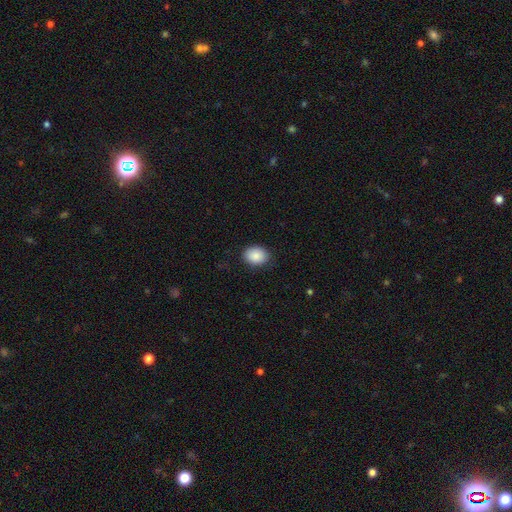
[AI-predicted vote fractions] A smooth galaxy with no disk features (88%) that is in between round and cigar-shaped (64%).

Vote fractions:
- Smooth or featured? smooth: 88% / star or artifact: 8% / featured or disk: 4%
- How rounded? in between: 64% / round: 35% / cigar-shaped: 1%
- Merging? none: 84% / minor disturbance: 12% / major disturbance: 3% / merger: 1%